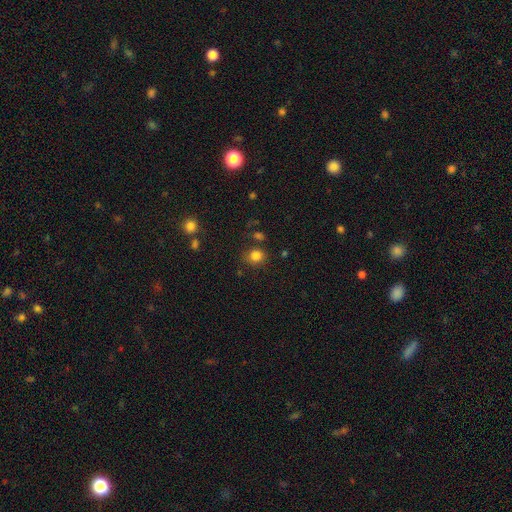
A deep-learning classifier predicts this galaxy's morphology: smooth-or-featured: smooth: 82% | star or artifact: 13% | featured or disk: 5%
  how-rounded: round: 76% | in between: 23% | cigar-shaped: 1%
  merging: none: 78% | minor disturbance: 12% | merger: 5% | major disturbance: 4%